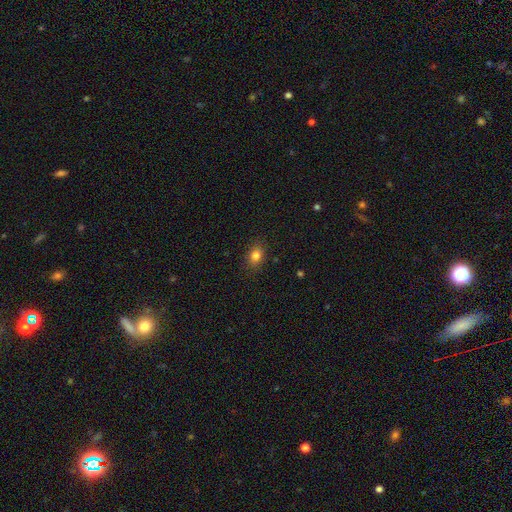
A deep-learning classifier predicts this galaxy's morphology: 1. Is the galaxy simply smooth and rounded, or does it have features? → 82% smooth, 11% star or artifact, 7% featured or disk.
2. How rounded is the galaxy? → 66% in between, 32% round, 2% cigar-shaped.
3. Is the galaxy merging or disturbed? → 85% none, 11% minor disturbance, 3% major disturbance, 1% merger.